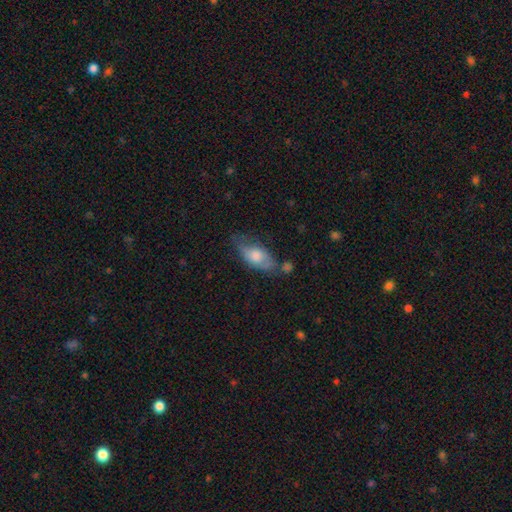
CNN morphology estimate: Smooth or featured? Predicted: smooth (p=0.59). How rounded? Predicted: in between (p=0.81). Merging? Predicted: none (p=0.53).